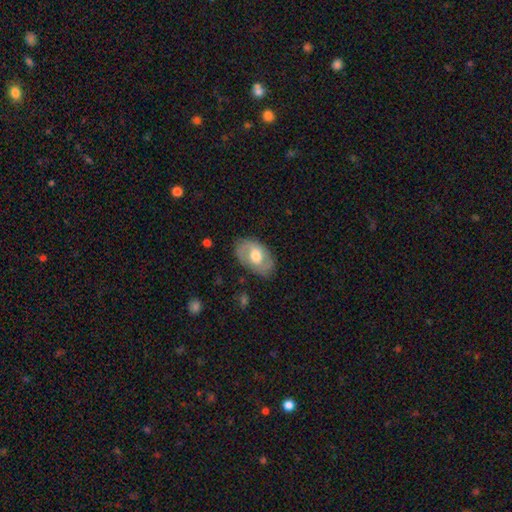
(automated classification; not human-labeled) featured or disk 51%, smooth 43%, star or artifact 6%. Down the decision tree: edge-on disk — no (93%); merging — none (79%).